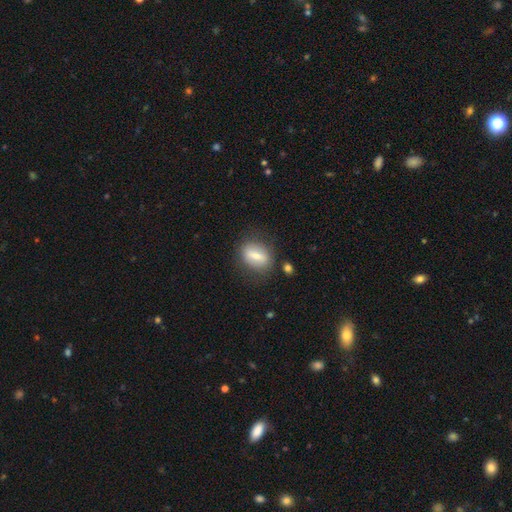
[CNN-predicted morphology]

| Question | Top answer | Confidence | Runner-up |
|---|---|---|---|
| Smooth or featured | smooth | 58% | featured or disk (34%) |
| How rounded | in between | 66% | round (27%) |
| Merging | none | 77% | minor disturbance (15%) |